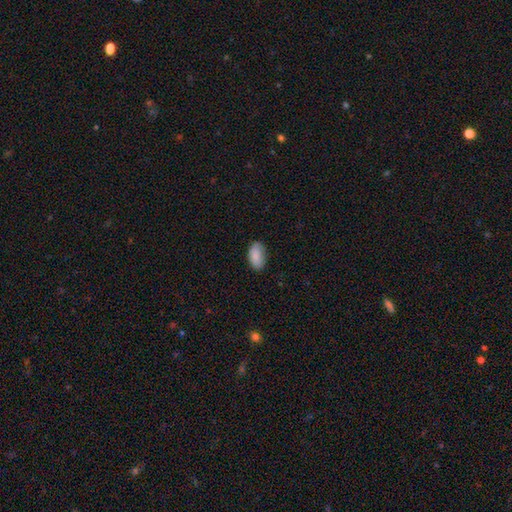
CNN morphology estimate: This is clearly a smooth galaxy (88%). How rounded: clearly in between (94%). Merging: likely none (79%).